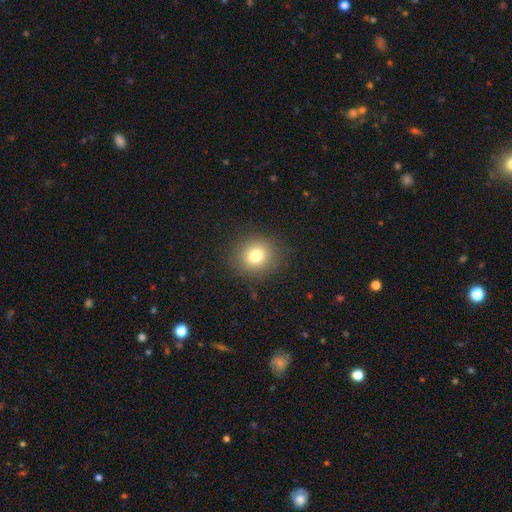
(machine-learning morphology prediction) Q: Smooth or featured?
A: smooth (78%); runner-up: star or artifact (13%)
Q: How rounded?
A: round (82%); runner-up: in between (17%)
Q: Merging?
A: none (88%); runner-up: minor disturbance (8%)